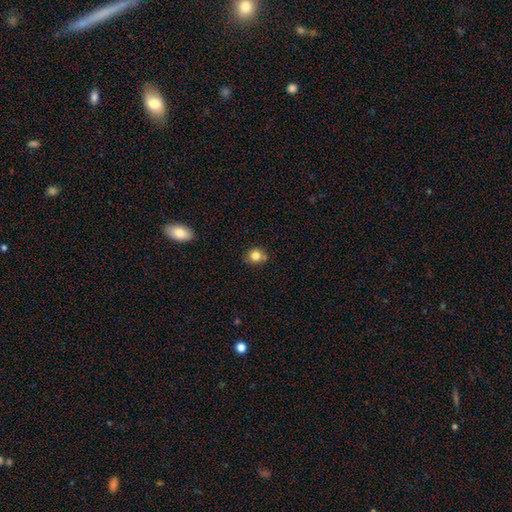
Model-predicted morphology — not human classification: Smooth or featured: smooth — 81% (star or artifact — 12%)
How rounded: round — 81% (in between — 18%)
Merging: none — 71% (minor disturbance — 17%)